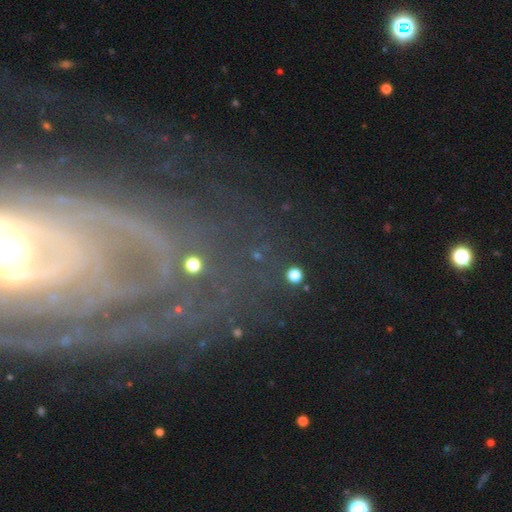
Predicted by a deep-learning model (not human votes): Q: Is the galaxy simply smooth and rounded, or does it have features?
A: featured or disk — 75%.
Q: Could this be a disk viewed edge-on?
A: no — 90%.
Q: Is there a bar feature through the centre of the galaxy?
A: no — 58%.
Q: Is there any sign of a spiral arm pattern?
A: yes — 72%.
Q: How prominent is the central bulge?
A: moderate — 49%.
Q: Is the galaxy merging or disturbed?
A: none — 63%.